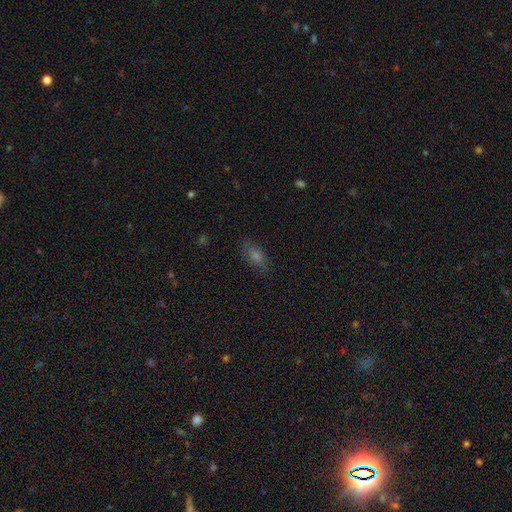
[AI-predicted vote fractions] smooth_or_featured: smooth (p=0.53) [alt: star or artifact p=0.25]
how_rounded: in between (p=0.77) [alt: round p=0.11]
merging: none (p=0.81) [alt: minor disturbance p=0.14]